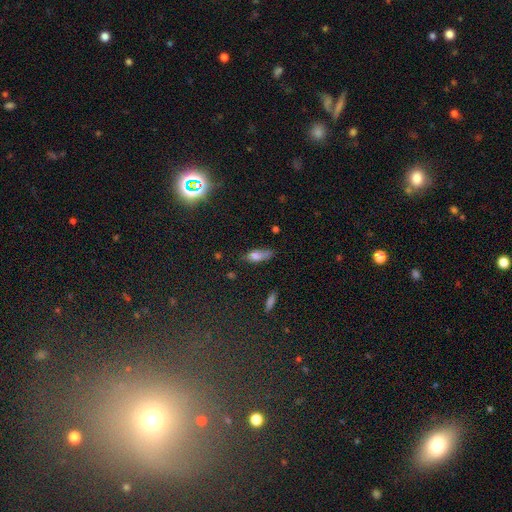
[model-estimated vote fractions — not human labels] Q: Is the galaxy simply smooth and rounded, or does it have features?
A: smooth — 75%.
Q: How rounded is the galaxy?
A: in between — 71%.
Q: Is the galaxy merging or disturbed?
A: none — 44%.